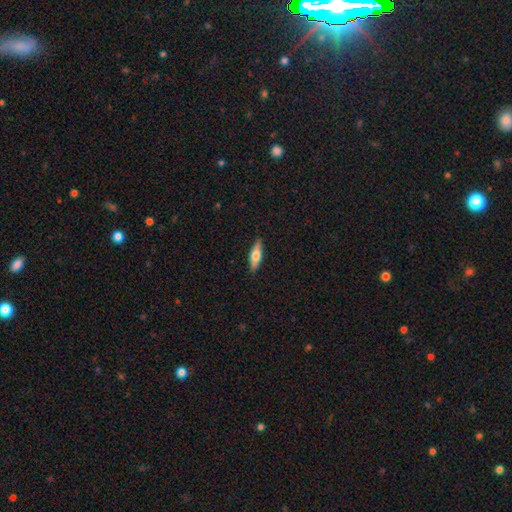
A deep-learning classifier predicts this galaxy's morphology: The model was most divided on "how rounded": cigar-shaped: 54%, in between: 44%, round: 2%. More confident: merging — none (90%); smooth or featured — smooth (59%).